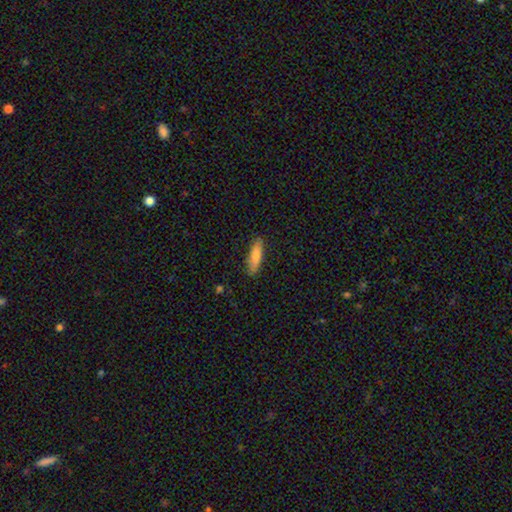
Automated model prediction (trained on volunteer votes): Overall: smooth (83%). How rounded: cigar-shaped (67%; in between 31%). Merging: none (84%).